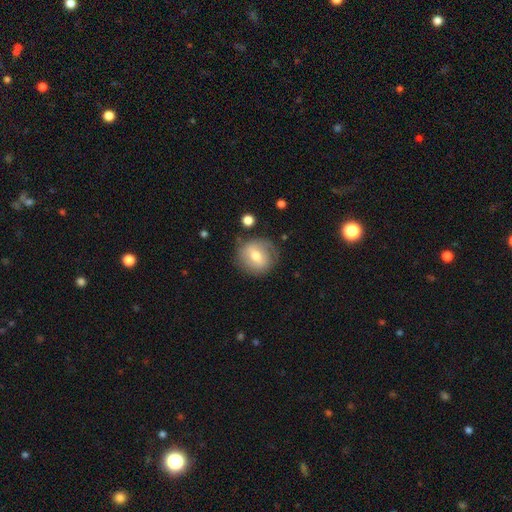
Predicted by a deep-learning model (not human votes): A smooth galaxy with no disk features (54%) that is round (81%). Merging: none (73%).